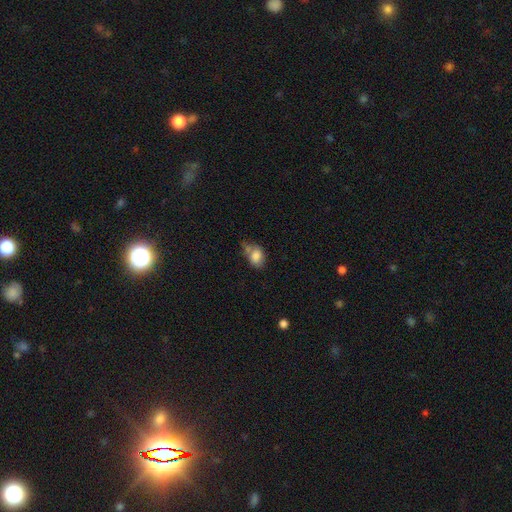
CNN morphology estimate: Smooth or featured? Predicted: smooth (p=0.80). How rounded? Predicted: in between (p=0.75). Merging? Predicted: none (p=0.38).